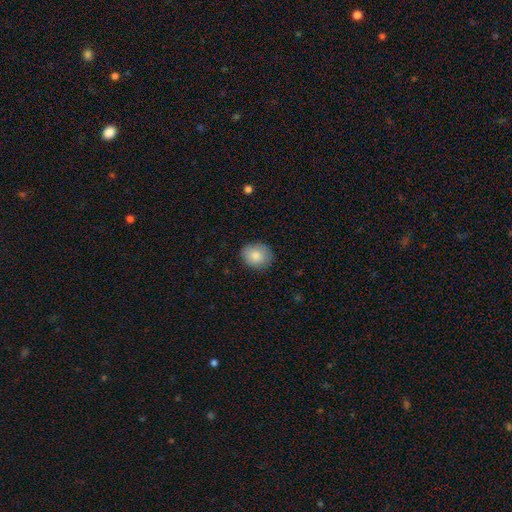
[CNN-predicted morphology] Smooth or featured? smooth (85%)
How rounded? round (65%)
Merging? none (84%)